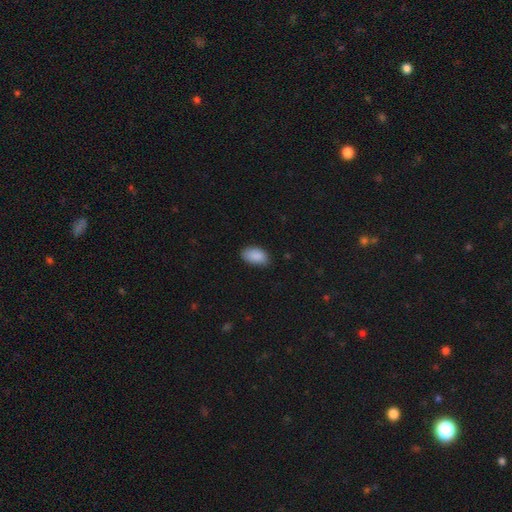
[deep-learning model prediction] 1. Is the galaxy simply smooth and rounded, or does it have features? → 89% smooth, 7% star or artifact, 4% featured or disk.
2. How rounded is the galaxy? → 93% in between, 5% round, 2% cigar-shaped.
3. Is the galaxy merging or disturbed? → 78% none, 18% minor disturbance, 3% major disturbance, 1% merger.